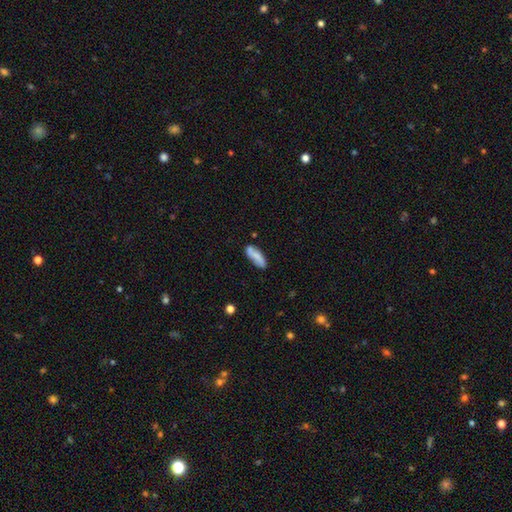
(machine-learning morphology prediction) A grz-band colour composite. It shows a smooth galaxy with no disk features (65%) that is in between round and cigar-shaped (60%). Merging: none (71%).